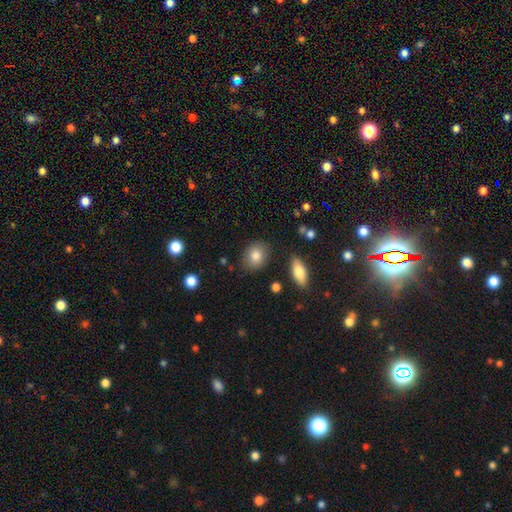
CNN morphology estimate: This appears to be a smooth galaxy with no disk features (83%) that is in between round and cigar-shaped (52%). Merging: none (82%).